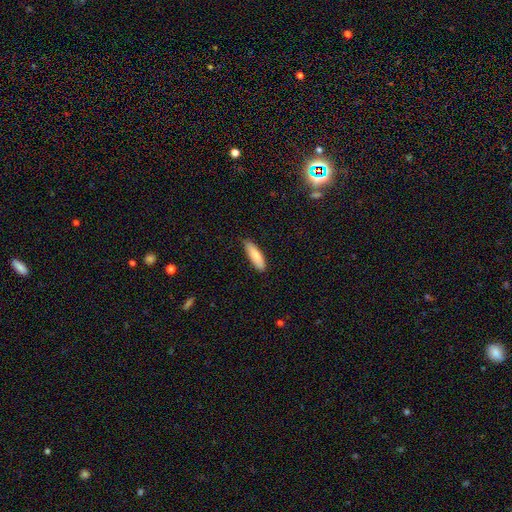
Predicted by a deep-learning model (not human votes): Smooth or featured? smooth (85%)
How rounded? cigar-shaped (60%)
Merging? none (81%)